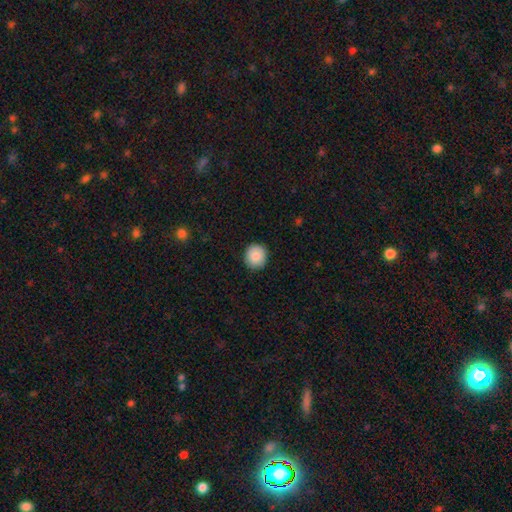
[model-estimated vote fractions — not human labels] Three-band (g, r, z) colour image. It shows a smooth galaxy with no disk features (87%) that is round (87%). Merging: none (90%).